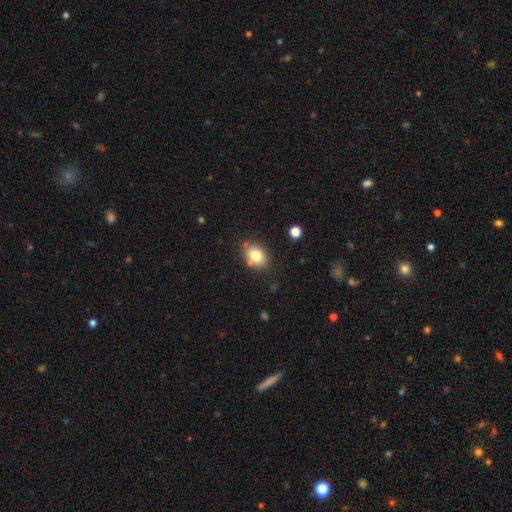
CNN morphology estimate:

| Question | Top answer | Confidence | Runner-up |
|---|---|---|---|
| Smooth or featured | smooth | 79% | featured or disk (11%) |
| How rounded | in between | 61% | round (38%) |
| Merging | none | 76% | minor disturbance (14%) |